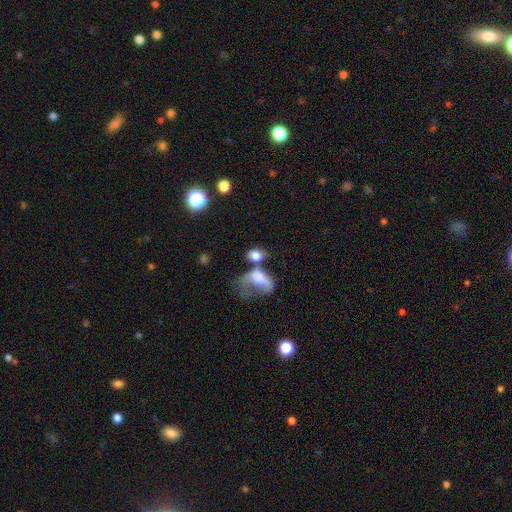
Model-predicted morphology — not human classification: Overall: smooth (73%). How rounded: in between (77%). Merging: merger (47%; major disturbance 24%).